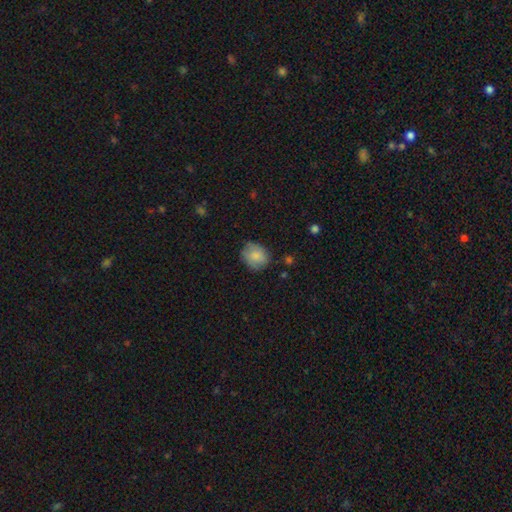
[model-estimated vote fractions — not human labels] Smooth or featured? smooth (81%)
How rounded? round (62%)
Merging? none (73%)